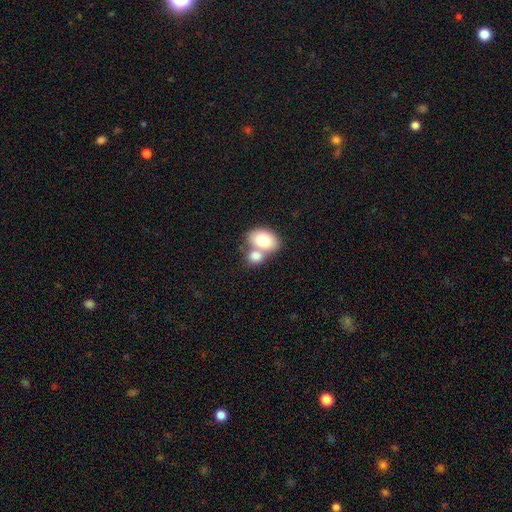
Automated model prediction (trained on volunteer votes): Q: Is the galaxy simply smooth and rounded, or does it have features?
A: smooth — 77%.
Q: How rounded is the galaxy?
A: in between — 76%.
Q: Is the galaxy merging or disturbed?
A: merger — 58%.